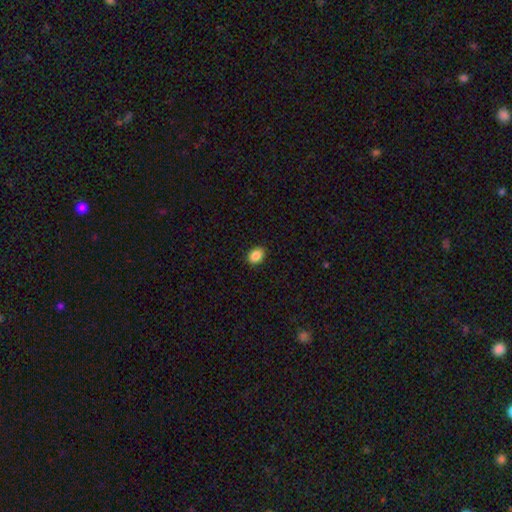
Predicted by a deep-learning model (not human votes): Smooth or featured: smooth — 88% (star or artifact — 8%)
How rounded: in between — 69% (round — 30%)
Merging: none — 89% (minor disturbance — 8%)